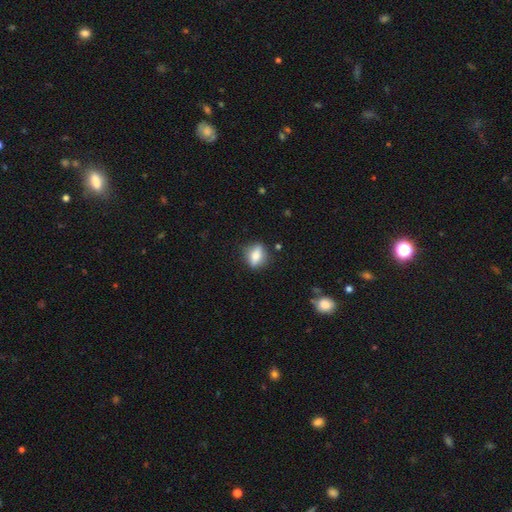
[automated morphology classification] This appears to be a smooth galaxy with no disk features (58%) that is in between round and cigar-shaped (58%). Merging: none (80%).